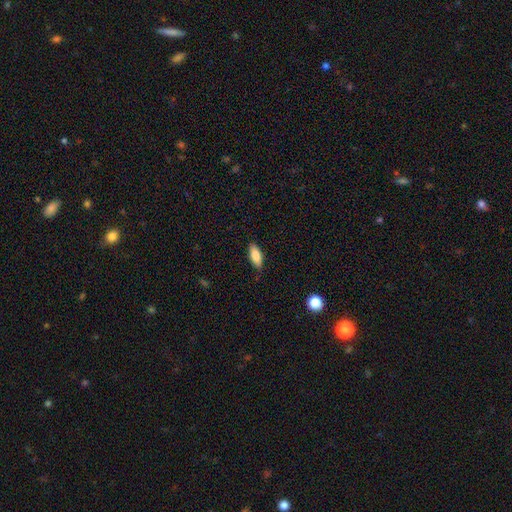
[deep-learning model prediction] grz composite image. It shows a smooth galaxy with no disk features (84%) that is in between round and cigar-shaped (78%). Merging: none (82%).